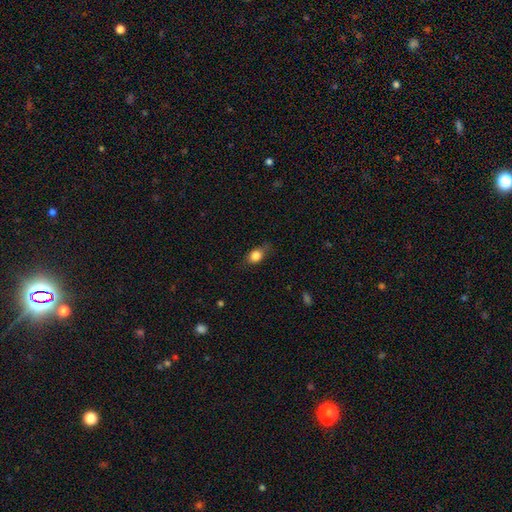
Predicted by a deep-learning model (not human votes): Smooth or featured? Predicted: smooth (p=0.83). How rounded? Predicted: in between (p=0.64). Merging? Predicted: none (p=0.68).